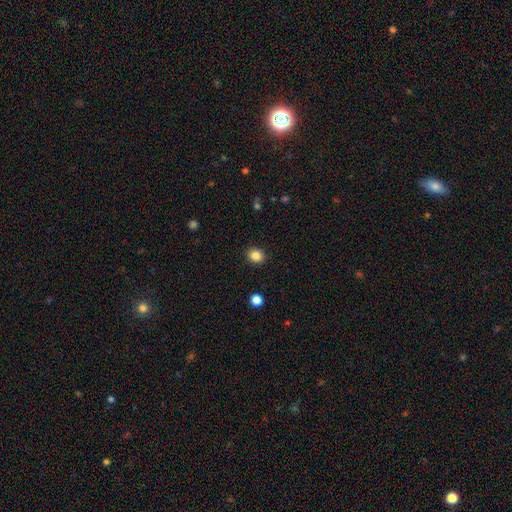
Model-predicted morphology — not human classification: The model was most divided on "how rounded": round: 72%, in between: 27%, cigar-shaped: 1%. More confident: merging — none (90%); smooth or featured — smooth (85%).